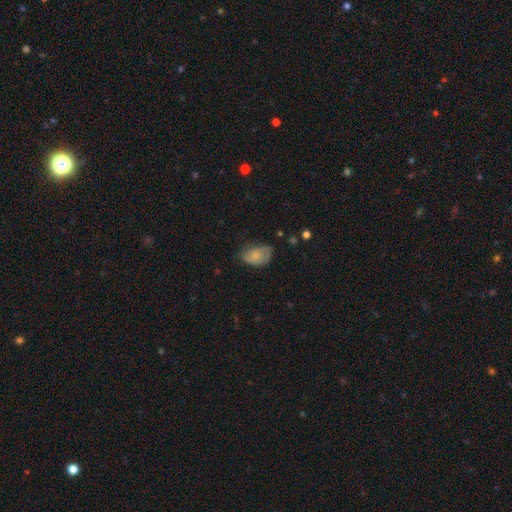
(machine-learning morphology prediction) smooth 74%, featured or disk 18%, star or artifact 8%. Down the decision tree: how rounded — in between (87%); merging — none (48%).